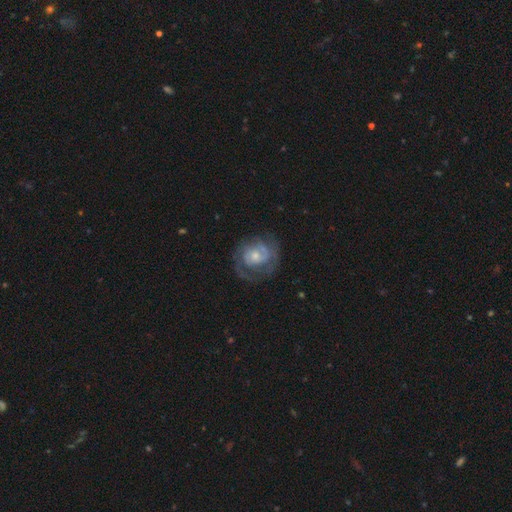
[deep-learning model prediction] A featured or disk galaxy (76%) with no bar (70%), 2 (44%) tight (50%) spiral arms (87%) and a small central bulge (45%). Merging: none (65%).